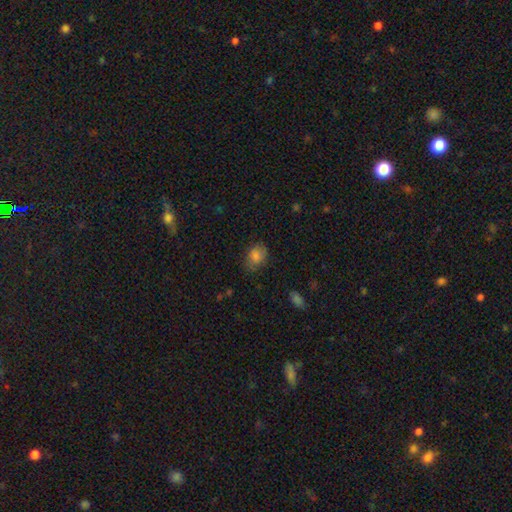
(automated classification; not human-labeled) This is likely a smooth galaxy (79%). How rounded: likely in between (69%). Merging: likely none (74%).